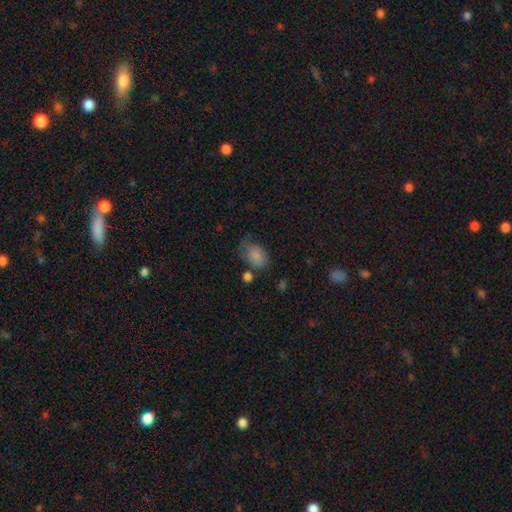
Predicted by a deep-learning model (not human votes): Smooth or featured?
  - smooth: 82% *
  - star or artifact: 9%
  - featured or disk: 8%
How rounded?
  - in between: 77% *
  - round: 22%
  - cigar-shaped: 1%
Merging?
  - none: 49% *
  - minor disturbance: 31%
  - major disturbance: 13%
  - merger: 7%